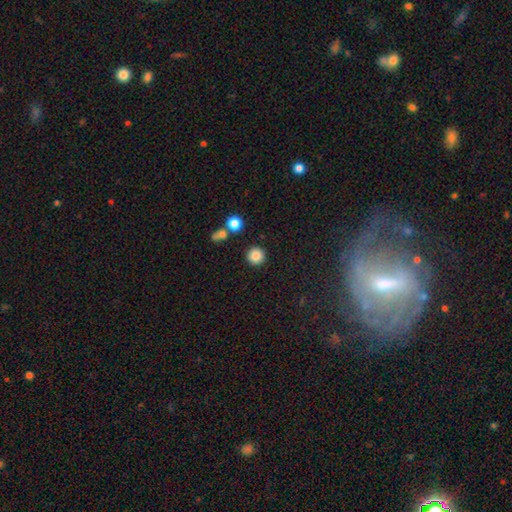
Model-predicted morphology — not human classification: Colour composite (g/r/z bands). It shows a smooth galaxy with no disk features (85%) that is round (95%). Merging: none (90%).